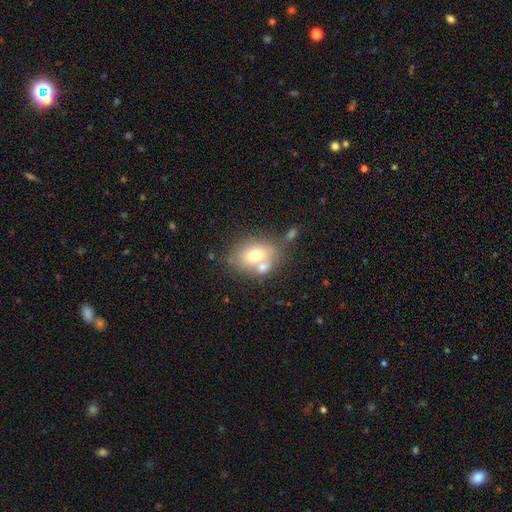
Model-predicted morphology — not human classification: type=smooth (66%); roundness=in between (65%); merging=none (46%).